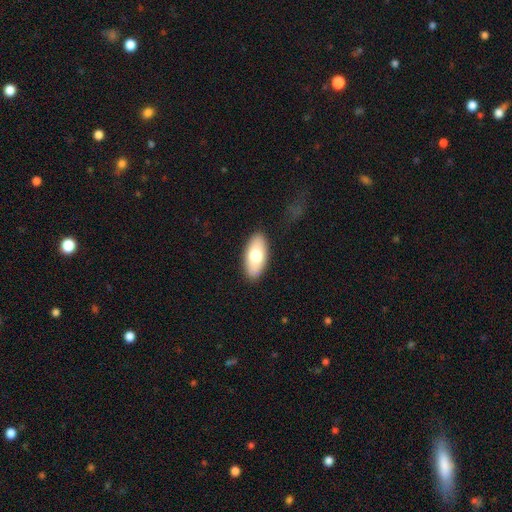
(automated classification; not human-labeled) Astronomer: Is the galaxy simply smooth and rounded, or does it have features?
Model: smooth — 72%.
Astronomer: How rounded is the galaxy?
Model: in between — 90%.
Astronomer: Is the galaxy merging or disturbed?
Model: none — 87%.